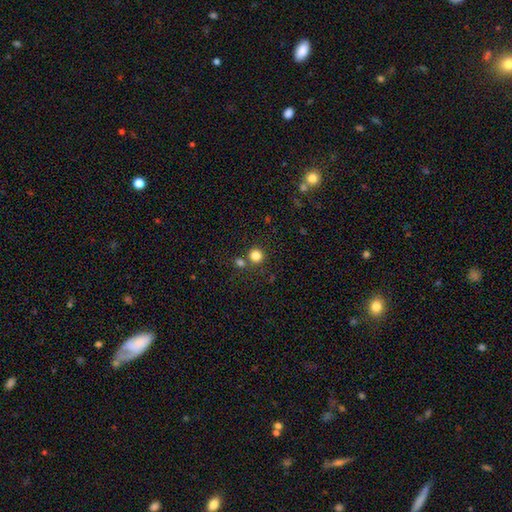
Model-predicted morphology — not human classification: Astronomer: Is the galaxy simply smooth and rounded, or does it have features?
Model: smooth — 82%.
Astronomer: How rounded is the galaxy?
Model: round — 93%.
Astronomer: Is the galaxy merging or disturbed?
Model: none — 74%.